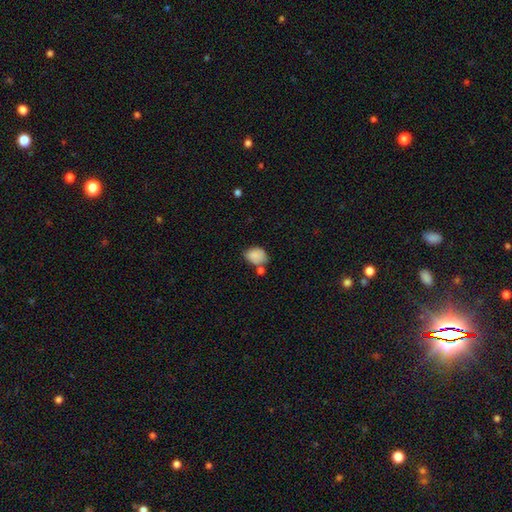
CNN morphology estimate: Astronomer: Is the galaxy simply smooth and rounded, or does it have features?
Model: smooth — 83%.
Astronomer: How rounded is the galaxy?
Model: in between — 64%.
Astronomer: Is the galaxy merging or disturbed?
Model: none — 48% (runner-up: minor disturbance, 25%).